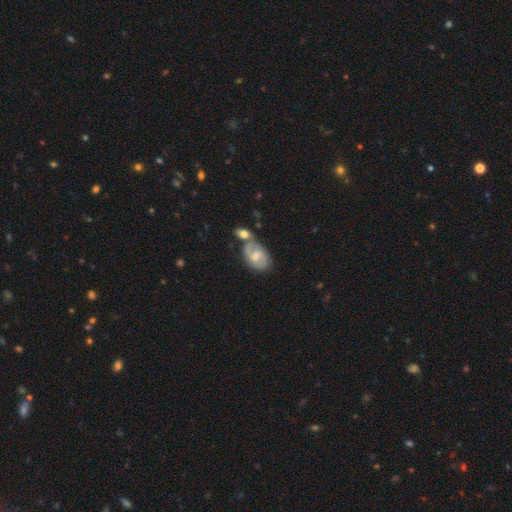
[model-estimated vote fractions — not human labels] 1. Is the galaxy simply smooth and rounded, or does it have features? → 66% featured or disk, 27% smooth, 6% star or artifact.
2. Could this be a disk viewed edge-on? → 96% no, 4% yes.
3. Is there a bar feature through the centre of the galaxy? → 54% weak, 34% no, 12% strong.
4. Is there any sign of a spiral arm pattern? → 85% yes, 15% no.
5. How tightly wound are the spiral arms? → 47% medium, 34% tight, 19% loose.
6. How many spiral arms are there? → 75% 2, 14% can't tell, 6% 1, 3% 3, 1% 4, 1% more than 4.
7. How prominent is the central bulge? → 53% moderate, 35% small, 6% none, 5% large, 1% dominant.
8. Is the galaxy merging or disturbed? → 46% none, 30% merger, 18% minor disturbance, 7% major disturbance.